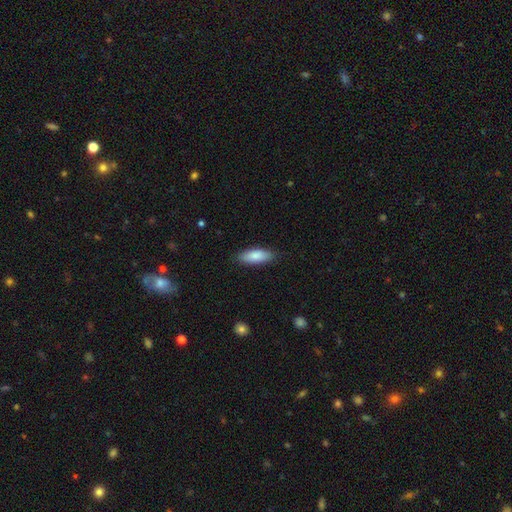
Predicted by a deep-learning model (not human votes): smooth-or-featured: smooth: 83% | featured or disk: 11% | star or artifact: 6%
  how-rounded: in between: 68% | cigar-shaped: 31% | round: 2%
  merging: none: 86% | minor disturbance: 11% | major disturbance: 2% | merger: 1%